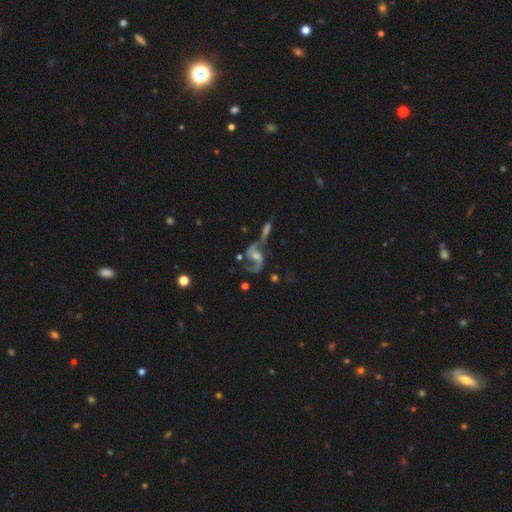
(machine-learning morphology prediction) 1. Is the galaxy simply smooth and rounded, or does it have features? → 88% featured or disk, 6% smooth, 6% star or artifact.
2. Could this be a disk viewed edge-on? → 97% no, 3% yes.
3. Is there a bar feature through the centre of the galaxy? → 45% weak, 40% no, 15% strong.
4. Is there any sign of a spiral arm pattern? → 96% yes, 4% no.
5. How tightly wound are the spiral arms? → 49% loose, 42% medium, 9% tight.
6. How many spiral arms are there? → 89% 2, 5% 1, 3% can't tell, 1% 3, 1% 4, 1% more than 4.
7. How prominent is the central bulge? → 45% moderate, 34% small, 12% none, 8% large, 2% dominant.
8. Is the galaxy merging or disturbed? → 36% merger, 34% none, 16% major disturbance, 14% minor disturbance.